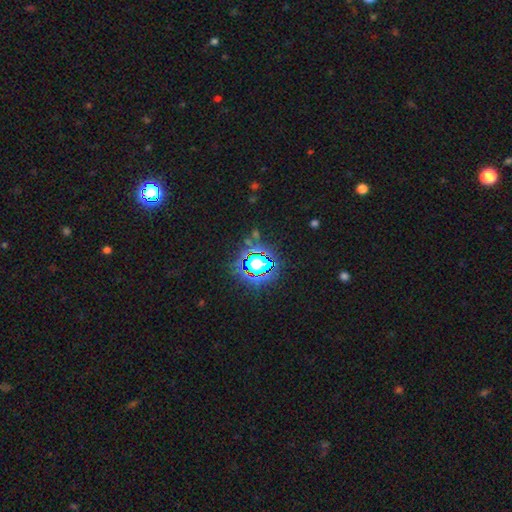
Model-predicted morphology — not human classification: This appears to be a star or artifact, not a galaxy (81%).